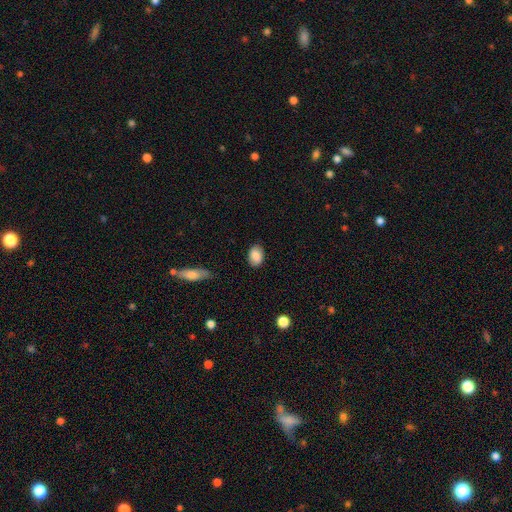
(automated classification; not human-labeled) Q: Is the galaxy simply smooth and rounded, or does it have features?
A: smooth — 86%.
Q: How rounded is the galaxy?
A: in between — 83%.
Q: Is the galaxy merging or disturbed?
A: none — 83%.